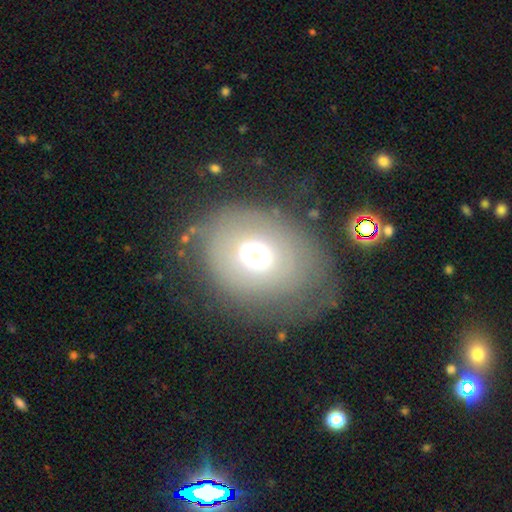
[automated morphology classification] Q: Smooth or featured?
A: smooth (51%); runner-up: featured or disk (38%)
Q: How rounded?
A: in between (55%); runner-up: round (44%)
Q: Merging?
A: none (58%); runner-up: minor disturbance (21%)